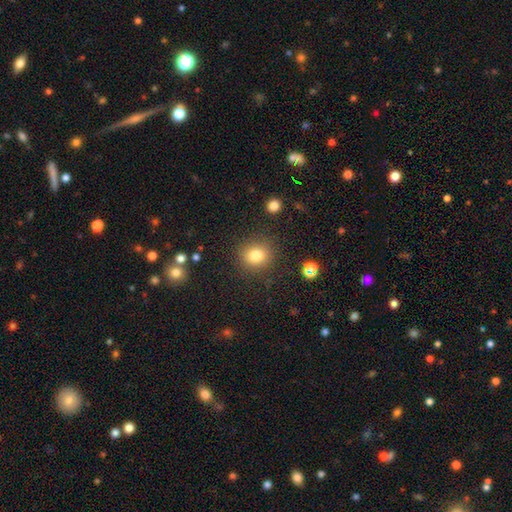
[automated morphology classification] smooth 80%, star or artifact 13%, featured or disk 7%. Down the decision tree: how rounded — round (82%); merging — none (87%).